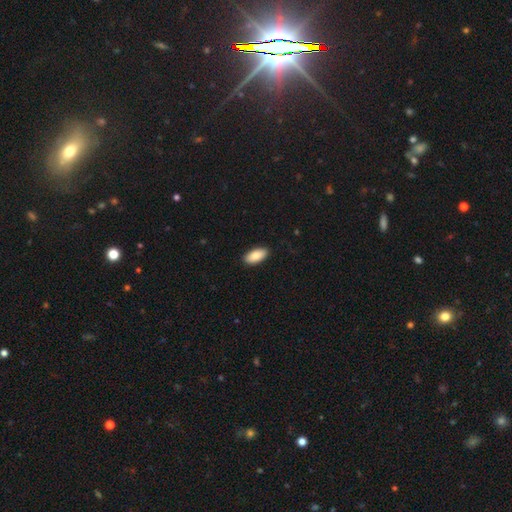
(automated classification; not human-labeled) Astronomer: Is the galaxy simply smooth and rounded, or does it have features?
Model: smooth — 87%.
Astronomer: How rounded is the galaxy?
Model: in between — 92%.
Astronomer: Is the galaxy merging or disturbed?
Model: none — 90%.